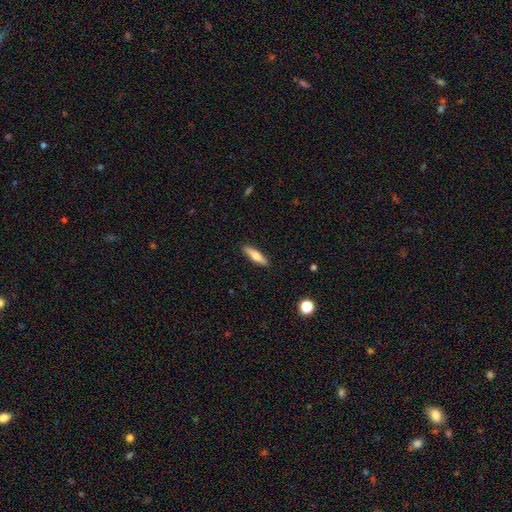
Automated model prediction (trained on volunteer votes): A smooth galaxy with no disk features (68%) that is cigar-shaped (69%).

Vote fractions:
- Smooth or featured? smooth: 68% / featured or disk: 26% / star or artifact: 6%
- How rounded? cigar-shaped: 69% / in between: 29% / round: 2%
- Merging? none: 90% / minor disturbance: 7% / major disturbance: 2% / merger: 1%